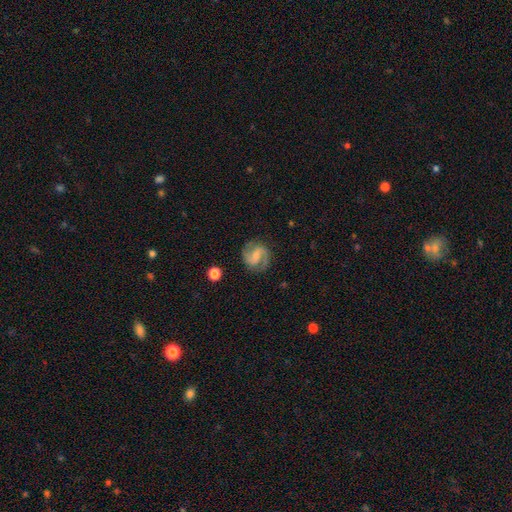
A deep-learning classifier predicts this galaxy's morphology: A featured or disk galaxy (82%) with a weak bar (51%), 2 (92%) medium (56%) spiral arms (96%) and a small central bulge (42%).

Vote fractions:
- Smooth or featured? featured or disk: 82% / smooth: 12% / star or artifact: 6%
- Edge-on disk? no: 98% / yes: 2%
- Bar? weak: 51% / strong: 26% / no: 24%
- Spiral arms? yes: 96% / no: 4%
- Spiral winding? medium: 56% / tight: 25% / loose: 19%
- Spiral arm count? 2: 92% / can't tell: 3% / 1: 2% / 3: 1% / 4: 1% / more than 4: 1%
- Bulge size? small: 42% / moderate: 32% / none: 20% / large: 4% / dominant: 1%
- Merging? none: 83% / minor disturbance: 11% / major disturbance: 4% / merger: 1%